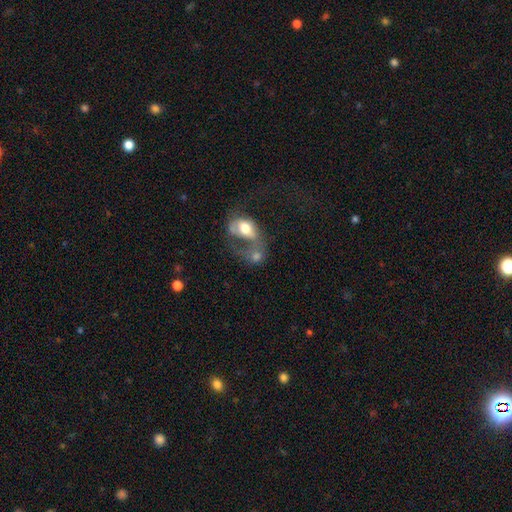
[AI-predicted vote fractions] Smooth or featured? Predicted: smooth (p=0.56). How rounded? Predicted: in between (p=0.66). Merging? Predicted: merger (p=0.64).